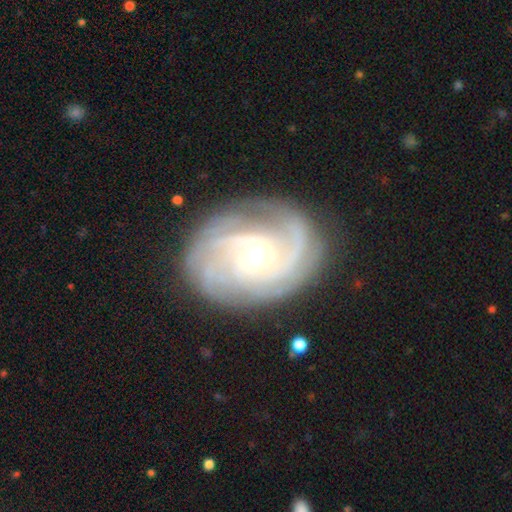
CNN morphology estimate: Overall: featured or disk (89%). Edge-on disk: no (97%). Bar: weak (55%; no 26%). Spiral arms: yes (97%). Spiral arm count: 3 (26%; 2 24%). Spiral winding: tight (62%; medium 30%). Bulge size: moderate (53%; small 42%). Merging: none (79%).